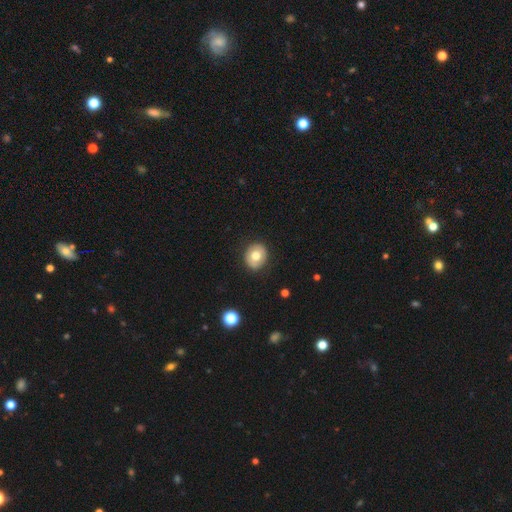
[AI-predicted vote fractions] Smooth or featured?
  - smooth: 71% *
  - featured or disk: 21%
  - star or artifact: 8%
How rounded?
  - round: 68% *
  - in between: 31%
  - cigar-shaped: 1%
Merging?
  - none: 88% *
  - minor disturbance: 9%
  - major disturbance: 2%
  - merger: 1%